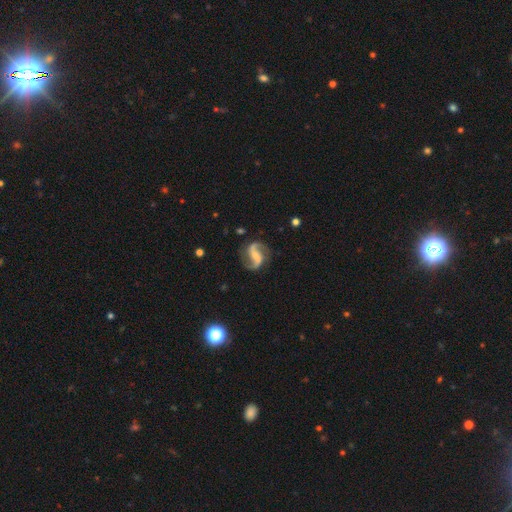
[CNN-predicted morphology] A featured or disk galaxy (89%) with a weak bar (38%), 2 (93%) loose (61%) spiral arms (97%) and a small central bulge (47%). Merging: none (77%).